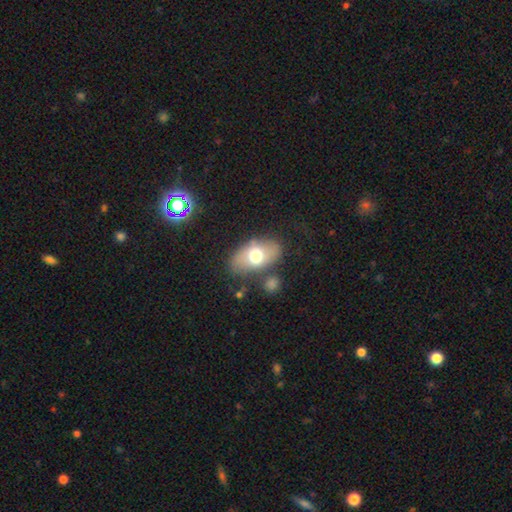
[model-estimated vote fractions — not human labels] A smooth galaxy with no disk features (63%) that is in between round and cigar-shaped (89%). Merging: none (71%).